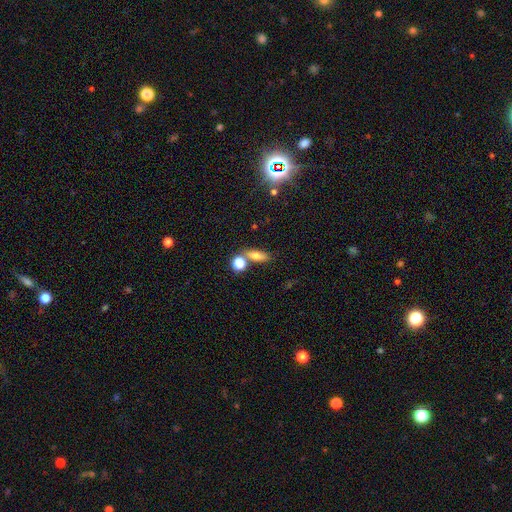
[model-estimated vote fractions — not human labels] smooth 71%, featured or disk 15%, star or artifact 14%. Down the decision tree: how rounded — in between (58%); merging — none (64%).